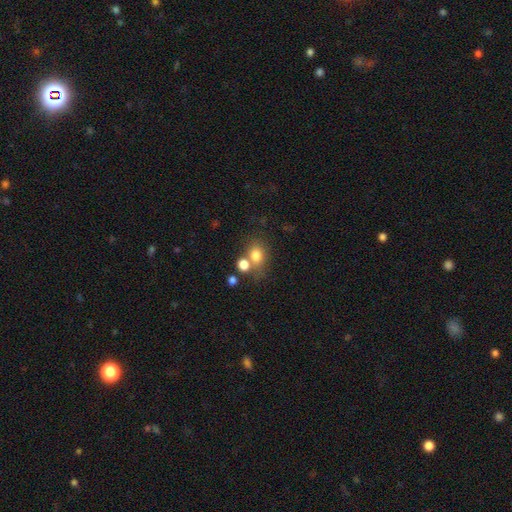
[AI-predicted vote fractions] Smooth or featured?
  - smooth: 77% *
  - star or artifact: 13%
  - featured or disk: 10%
How rounded?
  - round: 53% *
  - in between: 46%
  - cigar-shaped: 1%
Merging?
  - none: 52% *
  - merger: 30%
  - minor disturbance: 12%
  - major disturbance: 6%